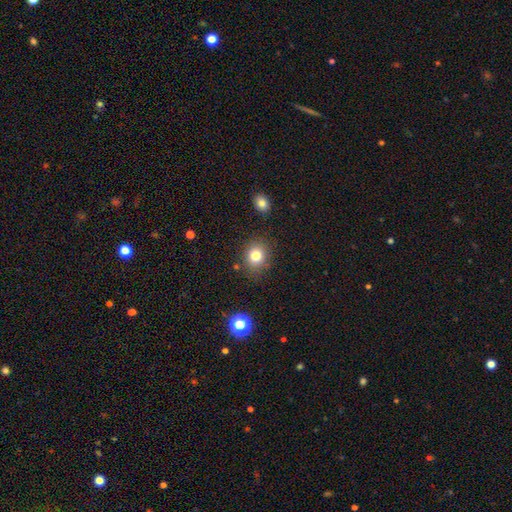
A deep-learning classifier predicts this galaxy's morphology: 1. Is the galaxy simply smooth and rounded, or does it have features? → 80% smooth, 12% star or artifact, 8% featured or disk.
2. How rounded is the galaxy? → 71% round, 28% in between, 1% cigar-shaped.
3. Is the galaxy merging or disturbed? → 82% none, 11% minor disturbance, 3% major disturbance, 3% merger.